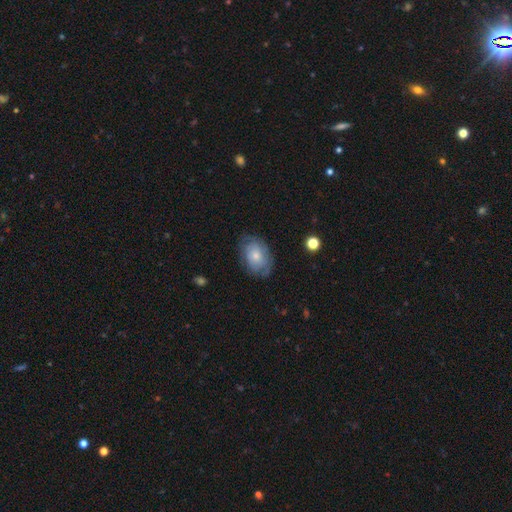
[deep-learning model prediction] Smooth or featured? smooth (51%)
How rounded? in between (79%)
Merging? none (71%)